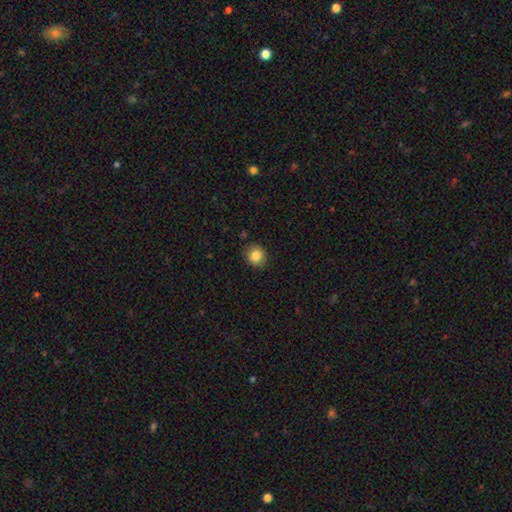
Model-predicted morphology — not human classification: Overall: smooth (84%). How rounded: round (78%). Merging: none (86%).